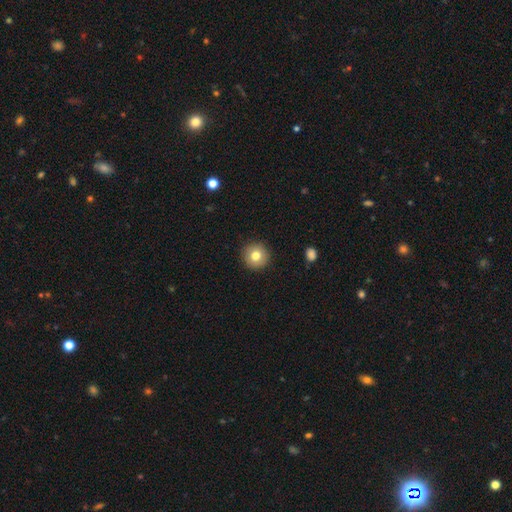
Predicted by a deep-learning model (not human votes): smooth_or_featured: smooth (p=0.78) [alt: featured or disk p=0.12]
how_rounded: round (p=0.95) [alt: in between p=0.04]
merging: none (p=0.92) [alt: minor disturbance p=0.05]